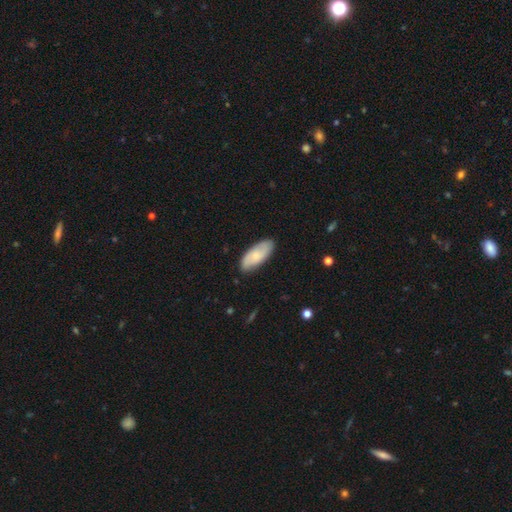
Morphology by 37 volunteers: smooth_or_featured: smooth (p=0.78) [alt: featured or disk p=0.14]
how_rounded: in between (p=0.76) [alt: cigar-shaped p=0.14]
merging: none (p=0.88) [alt: minor disturbance p=0.06]